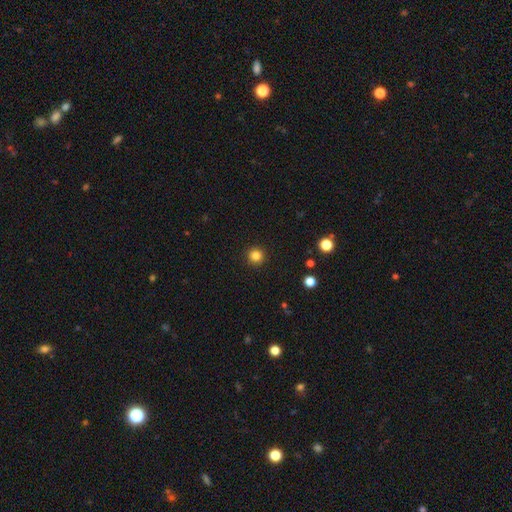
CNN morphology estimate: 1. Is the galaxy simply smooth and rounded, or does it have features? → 83% smooth, 12% star or artifact, 4% featured or disk.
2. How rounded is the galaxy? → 95% round, 4% in between, 1% cigar-shaped.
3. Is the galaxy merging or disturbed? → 93% none, 4% minor disturbance, 2% major disturbance, 1% merger.